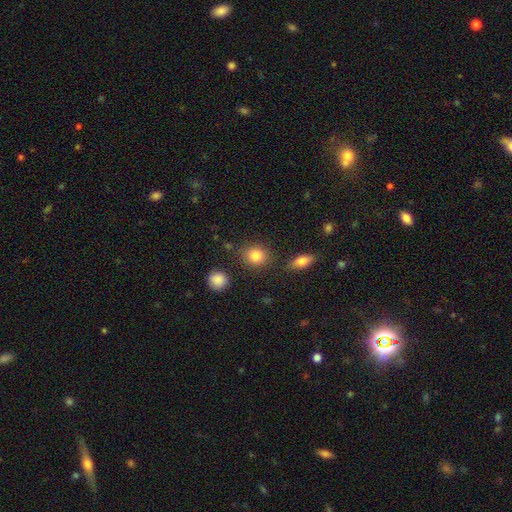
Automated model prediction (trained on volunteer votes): This is clearly a smooth galaxy (84%). How rounded: likely round (68%). Merging: clearly none (82%).